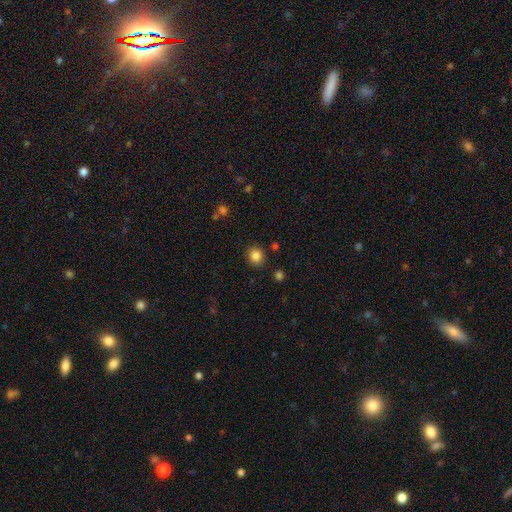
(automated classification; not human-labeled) Overall: smooth (85%). How rounded: round (77%). Merging: none (86%).